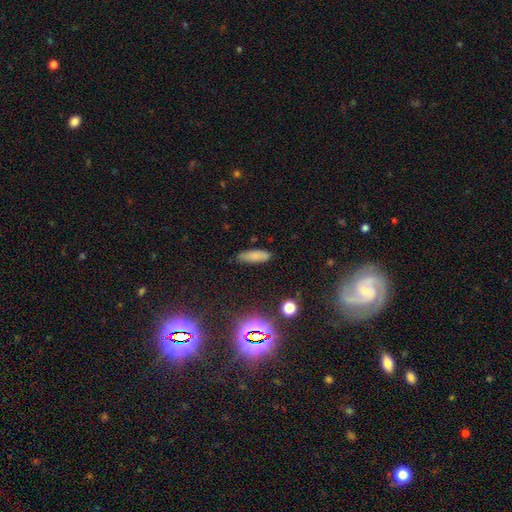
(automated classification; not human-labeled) Q: Smooth or featured?
A: smooth (78%); runner-up: star or artifact (12%)
Q: How rounded?
A: cigar-shaped (54%); runner-up: in between (44%)
Q: Merging?
A: none (83%); runner-up: minor disturbance (13%)